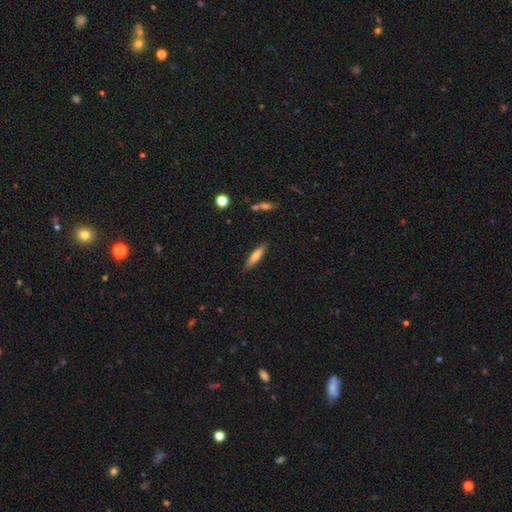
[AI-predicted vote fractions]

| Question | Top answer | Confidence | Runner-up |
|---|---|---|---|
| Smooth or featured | smooth | 67% | featured or disk (26%) |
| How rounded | cigar-shaped | 77% | in between (21%) |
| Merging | none | 86% | minor disturbance (10%) |